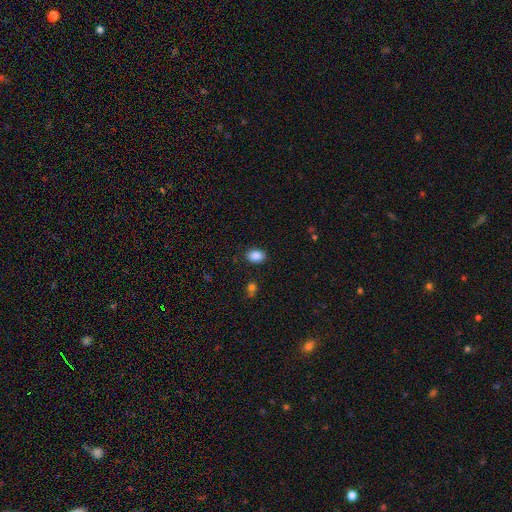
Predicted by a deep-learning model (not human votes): The model was most divided on "how rounded": in between: 81%, round: 18%, cigar-shaped: 1%. More confident: smooth or featured — smooth (88%); merging — none (87%).